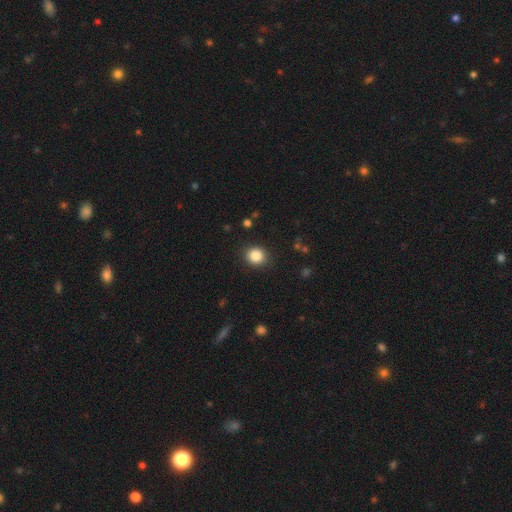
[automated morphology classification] smooth-or-featured: smooth: 86% | star or artifact: 10% | featured or disk: 4%
  how-rounded: round: 83% | in between: 16% | cigar-shaped: 1%
  merging: none: 89% | minor disturbance: 7% | major disturbance: 3% | merger: 1%